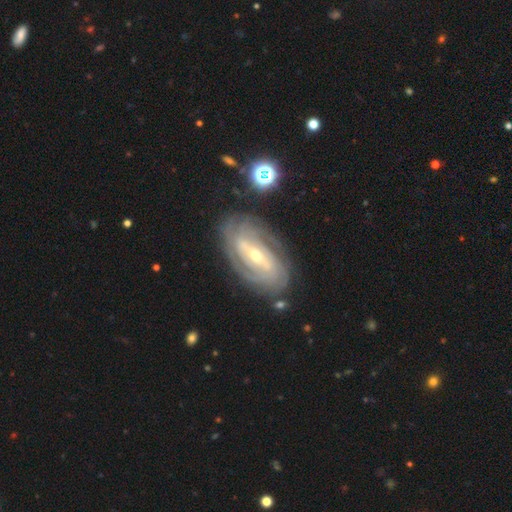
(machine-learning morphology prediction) Smooth or featured? featured or disk (85%)
Edge-on disk? no (93%)
Bar? strong (43%)
Spiral arms? yes (93%)
Spiral winding? tight (69%)
Spiral arm count? 2 (36%)
Bulge size? small (52%)
Merging? none (80%)